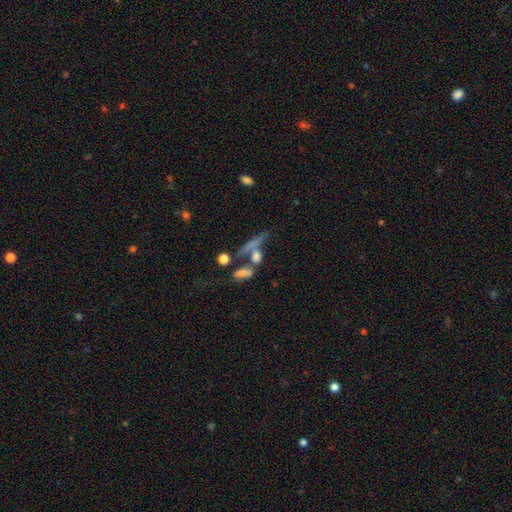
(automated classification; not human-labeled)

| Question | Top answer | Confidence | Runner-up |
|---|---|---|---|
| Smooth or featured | smooth | 44% | featured or disk (38%) |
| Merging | none | 39% | merger (37%) |